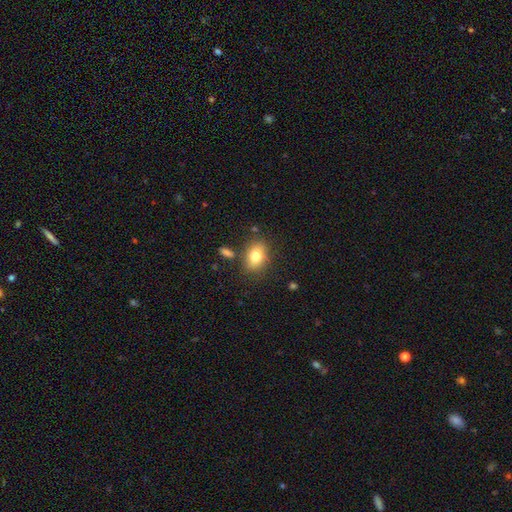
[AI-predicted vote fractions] smooth_or_featured: smooth (p=0.78) [alt: featured or disk p=0.12]
how_rounded: in between (p=0.75) [alt: round p=0.23]
merging: none (p=0.78) [alt: minor disturbance p=0.13]